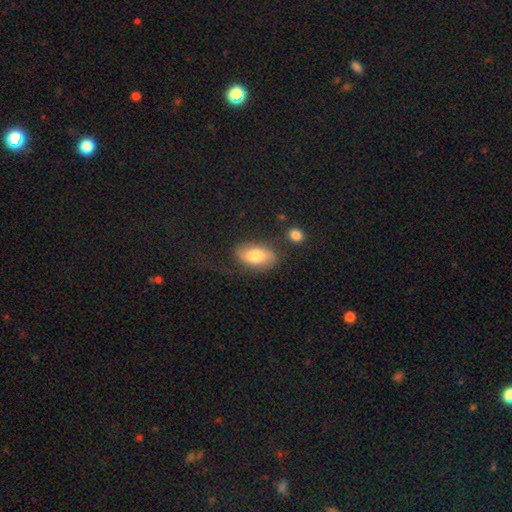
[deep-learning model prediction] A smooth galaxy with no disk features (68%) that is in between round and cigar-shaped (91%). Merging: none (66%).